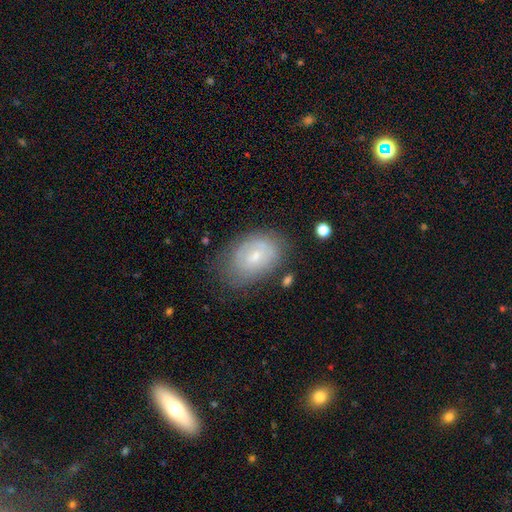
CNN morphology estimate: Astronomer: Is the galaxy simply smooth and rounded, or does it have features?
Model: featured or disk — 48% (runner-up: smooth, 44%).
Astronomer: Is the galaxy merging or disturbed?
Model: none — 63%.